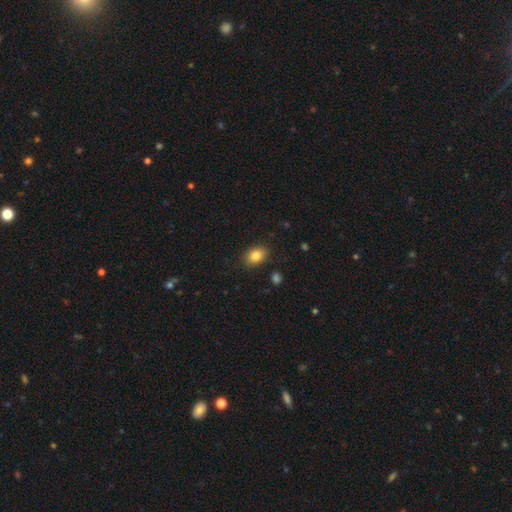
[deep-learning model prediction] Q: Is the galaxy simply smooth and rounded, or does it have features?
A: smooth — 84%.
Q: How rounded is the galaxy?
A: in between — 75%.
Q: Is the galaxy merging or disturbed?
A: none — 86%.